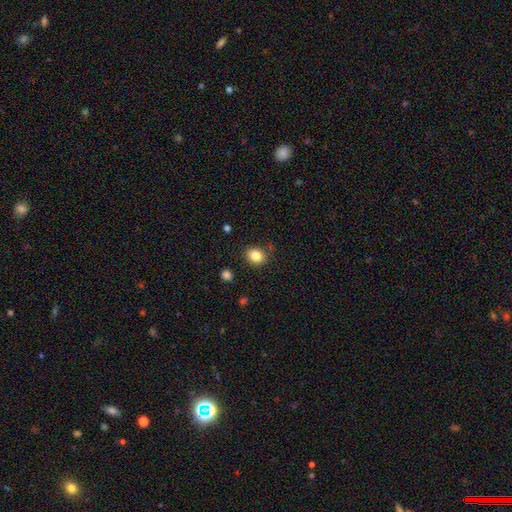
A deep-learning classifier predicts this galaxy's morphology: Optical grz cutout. It shows a smooth galaxy with no disk features (84%) that is round (58%). Merging: none (83%).